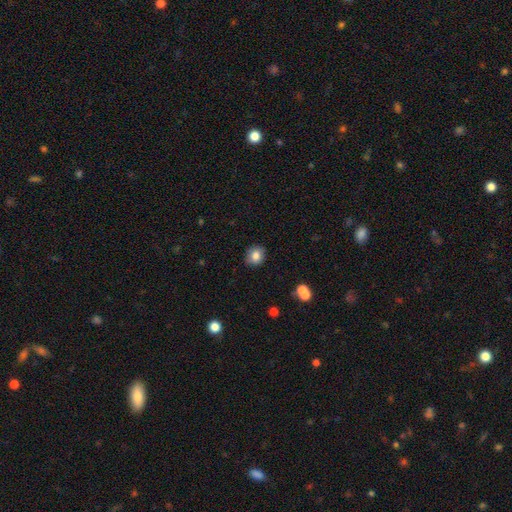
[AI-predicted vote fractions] smooth 82%, star or artifact 10%, featured or disk 8%. Down the decision tree: how rounded — round (79%); merging — none (87%).